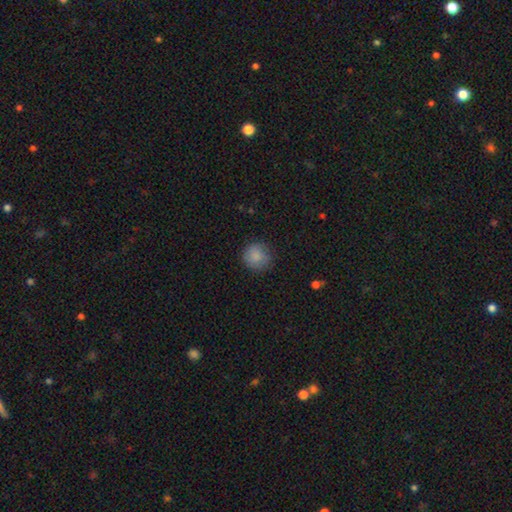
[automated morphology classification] Smooth or featured? smooth (86%)
How rounded? round (92%)
Merging? none (83%)